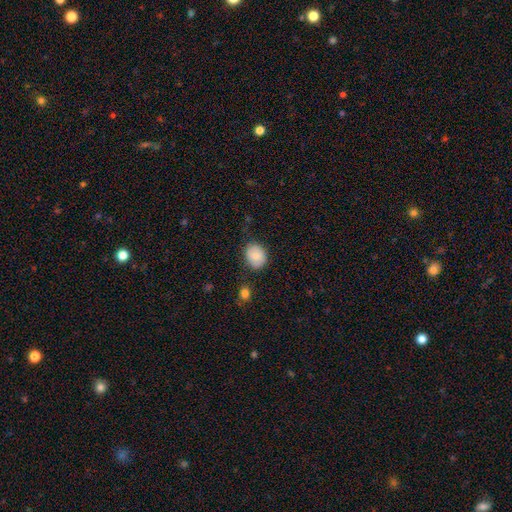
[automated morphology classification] smooth_or_featured: smooth (p=0.80) [alt: featured or disk p=0.12]
how_rounded: round (p=0.50) [alt: in between p=0.49]
merging: none (p=0.75) [alt: minor disturbance p=0.19]